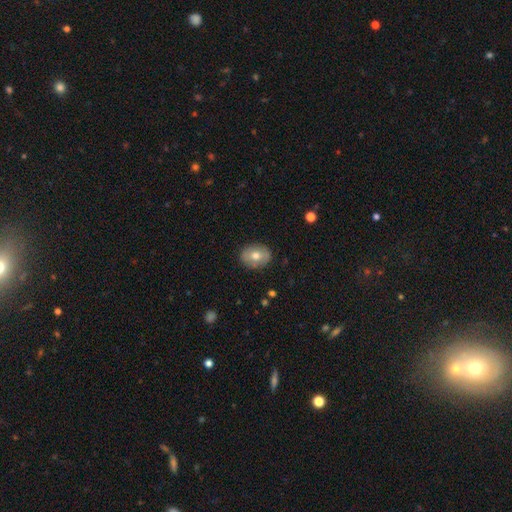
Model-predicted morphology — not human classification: Smooth or featured: smooth — 65% (featured or disk — 28%)
How rounded: in between — 58% (round — 41%)
Merging: none — 86% (minor disturbance — 11%)